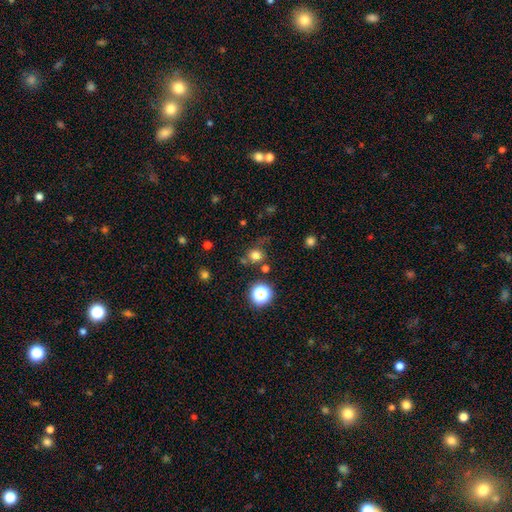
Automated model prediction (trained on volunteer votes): smooth_or_featured: smooth (p=0.73) [alt: star or artifact p=0.20]
how_rounded: round (p=0.87) [alt: in between p=0.12]
merging: none (p=0.69) [alt: minor disturbance p=0.15]